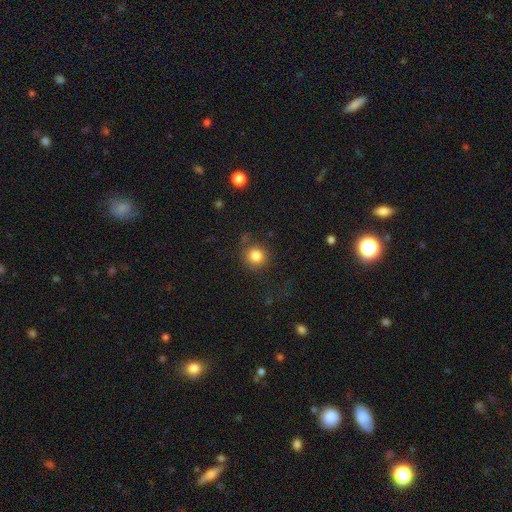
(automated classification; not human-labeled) Q: Smooth or featured?
A: smooth (83%); runner-up: star or artifact (11%)
Q: How rounded?
A: round (91%); runner-up: in between (8%)
Q: Merging?
A: none (81%); runner-up: minor disturbance (11%)